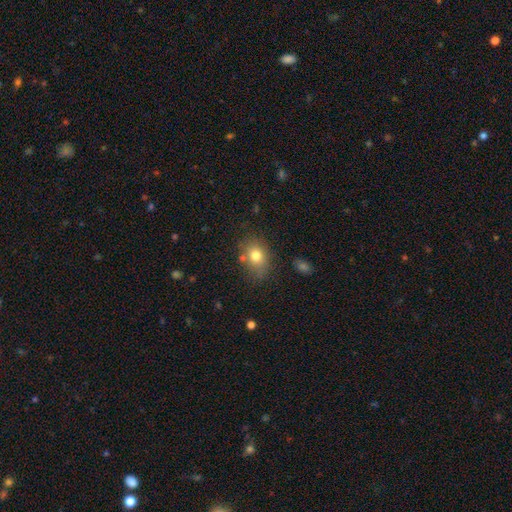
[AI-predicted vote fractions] The model was most divided on "how rounded": in between: 61%, round: 38%, cigar-shaped: 1%. More confident: smooth or featured — smooth (76%); merging — none (69%).